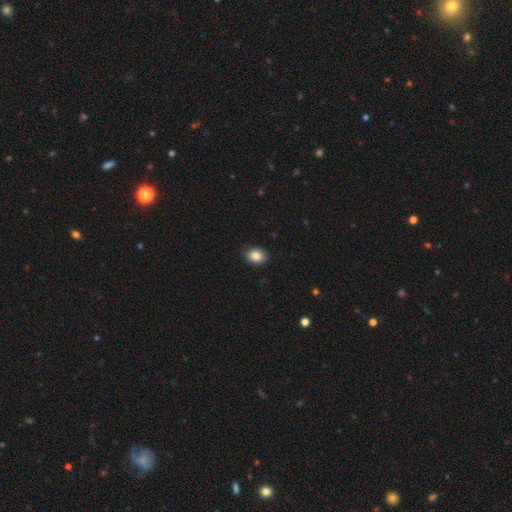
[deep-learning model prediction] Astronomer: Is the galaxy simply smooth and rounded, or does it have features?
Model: smooth — 87%.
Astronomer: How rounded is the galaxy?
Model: in between — 60% (runner-up: round, 39%).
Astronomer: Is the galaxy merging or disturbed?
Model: none — 88%.